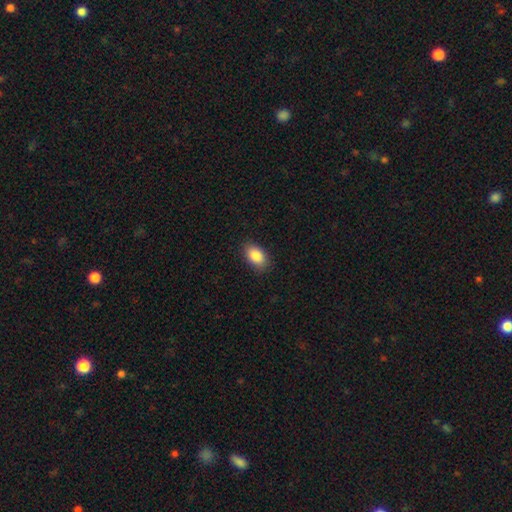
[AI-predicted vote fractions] Morphology: type=smooth (88%); roundness=in between (91%); merging=none (87%).